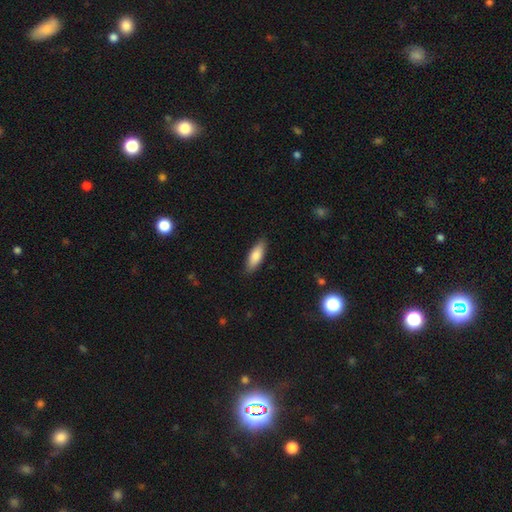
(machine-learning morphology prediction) This appears to be a smooth galaxy with no disk features (83%) that is in between round and cigar-shaped (68%). Merging: none (87%).